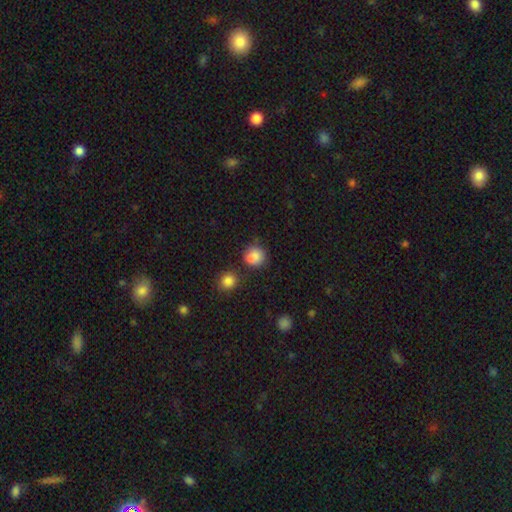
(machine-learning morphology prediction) The model was most divided on "merging": none: 57%, merger: 25%, minor disturbance: 14%, major disturbance: 5%. More confident: how rounded — round (83%); smooth or featured — smooth (80%).